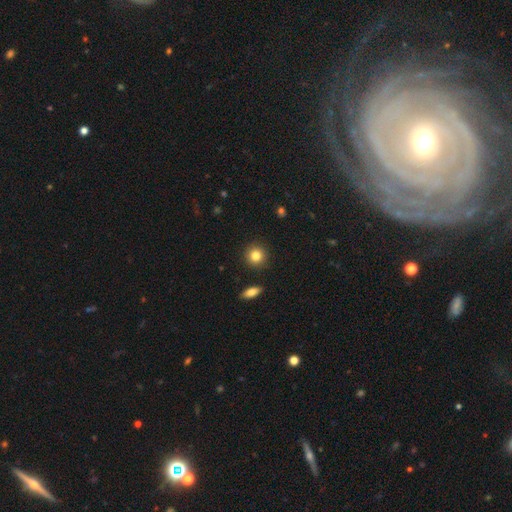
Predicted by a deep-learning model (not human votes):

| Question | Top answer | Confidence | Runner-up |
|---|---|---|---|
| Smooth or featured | smooth | 84% | star or artifact (9%) |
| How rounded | round | 92% | in between (7%) |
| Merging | none | 91% | minor disturbance (6%) |